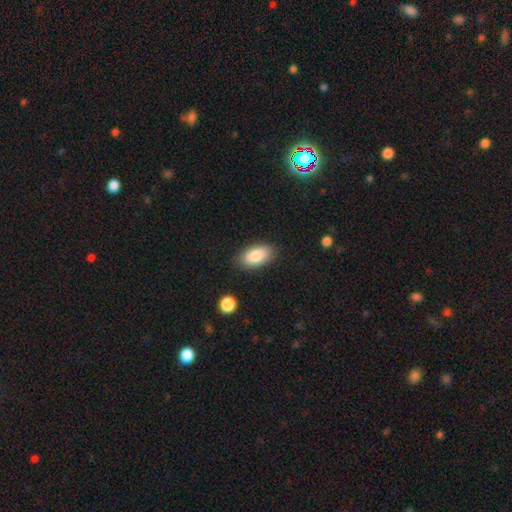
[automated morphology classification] Smooth or featured?
  - smooth: 85% *
  - featured or disk: 8%
  - star or artifact: 7%
How rounded?
  - in between: 93% *
  - cigar-shaped: 4%
  - round: 4%
Merging?
  - none: 84% *
  - minor disturbance: 11%
  - major disturbance: 3%
  - merger: 2%